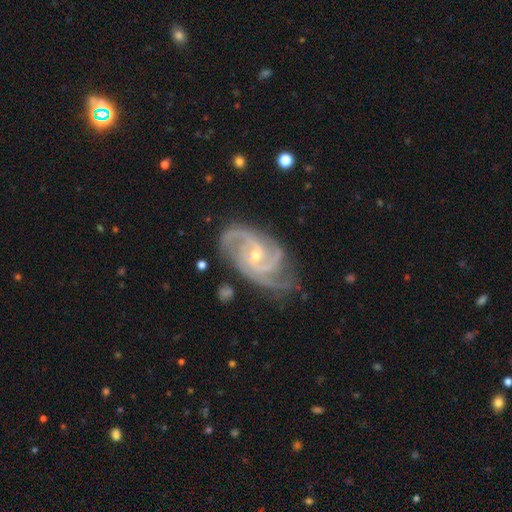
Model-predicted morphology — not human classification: The model was most divided on "spiral winding": tight: 49%, medium: 45%, loose: 6%. Remaining: spiral arms — yes (99%); edge-on disk — no (97%); smooth or featured — featured or disk (93%); merging — none (70%); bulge size — small (63%); bar — no (59%); spiral arm count — 3 (46%).